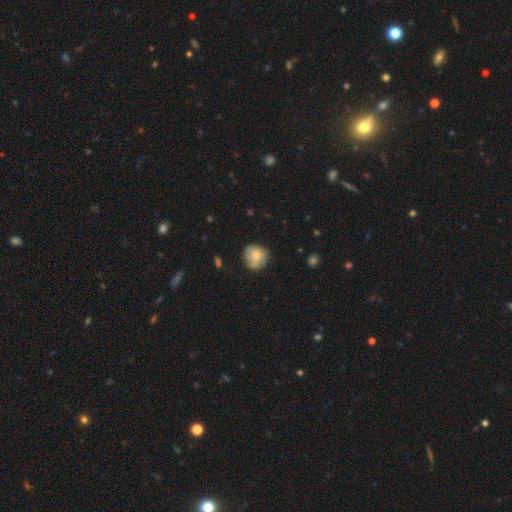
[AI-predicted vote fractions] Q: Smooth or featured?
A: smooth (64%); runner-up: featured or disk (29%)
Q: How rounded?
A: round (82%); runner-up: in between (17%)
Q: Merging?
A: none (67%); runner-up: minor disturbance (24%)